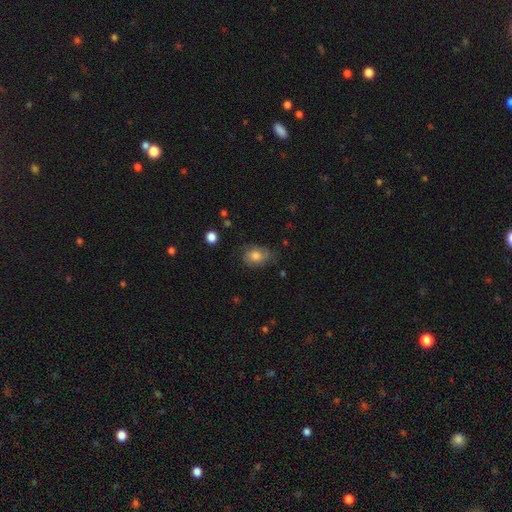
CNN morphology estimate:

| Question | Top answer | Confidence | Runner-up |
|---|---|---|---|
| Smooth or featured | smooth | 72% | featured or disk (19%) |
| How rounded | in between | 69% | round (29%) |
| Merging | none | 64% | minor disturbance (26%) |